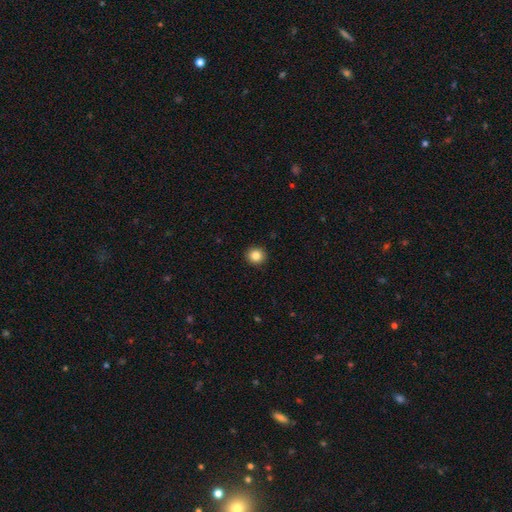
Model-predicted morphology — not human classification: Q: Smooth or featured?
A: smooth (85%); runner-up: star or artifact (10%)
Q: How rounded?
A: round (93%); runner-up: in between (6%)
Q: Merging?
A: none (93%); runner-up: minor disturbance (4%)